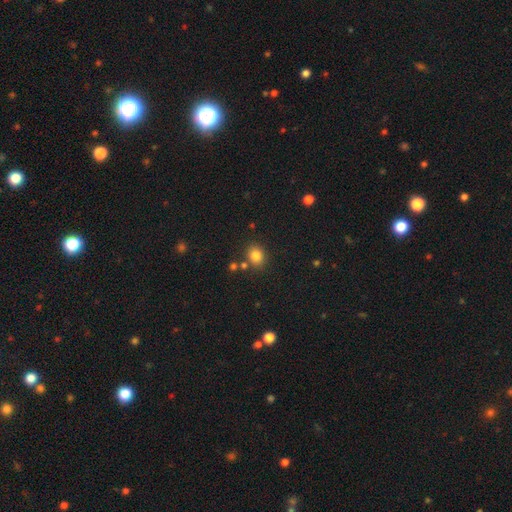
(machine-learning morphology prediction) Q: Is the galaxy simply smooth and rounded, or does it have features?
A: smooth — 82%.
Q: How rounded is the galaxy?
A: round — 58%.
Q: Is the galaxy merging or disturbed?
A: none — 78%.